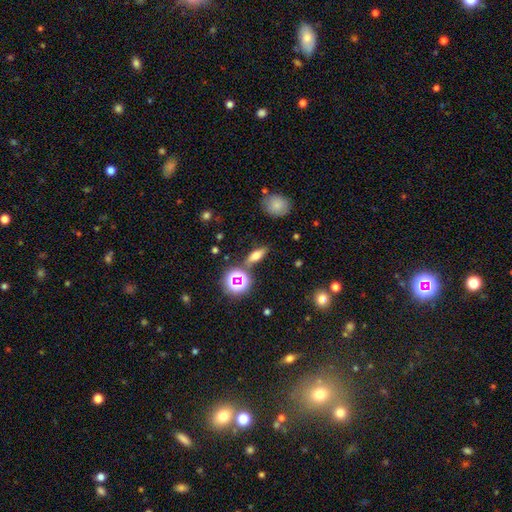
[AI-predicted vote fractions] Smooth or featured: smooth — 58% (featured or disk — 23%)
How rounded: in between — 54% (cigar-shaped — 34%)
Merging: none — 79% (minor disturbance — 11%)